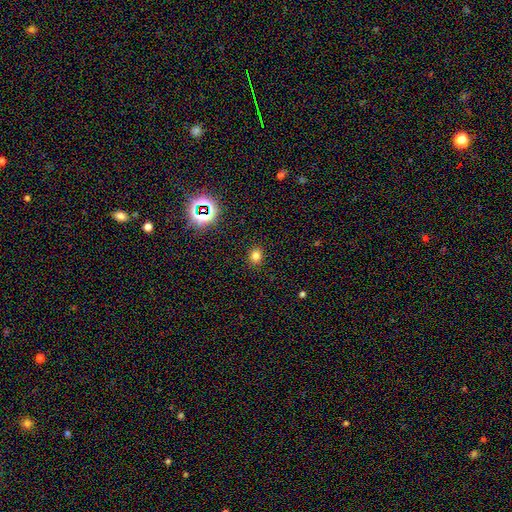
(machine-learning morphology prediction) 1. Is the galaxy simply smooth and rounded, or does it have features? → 77% smooth, 18% star or artifact, 5% featured or disk.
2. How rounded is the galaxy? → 67% round, 32% in between, 1% cigar-shaped.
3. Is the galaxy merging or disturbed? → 90% none, 7% minor disturbance, 2% major disturbance, 1% merger.